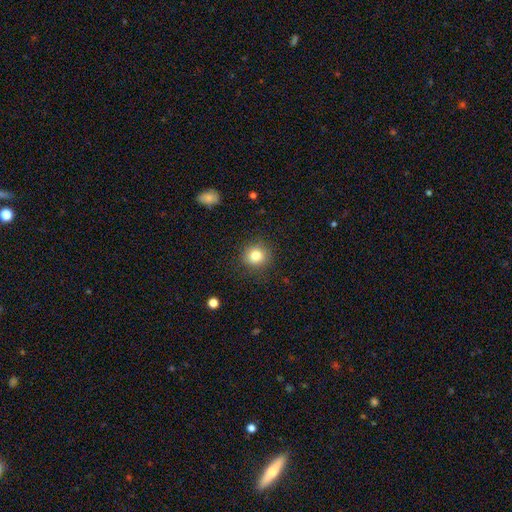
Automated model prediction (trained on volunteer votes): The model was most divided on "smooth or featured": smooth: 82%, star or artifact: 11%, featured or disk: 7%. More confident: how rounded — round (90%); merging — none (88%).